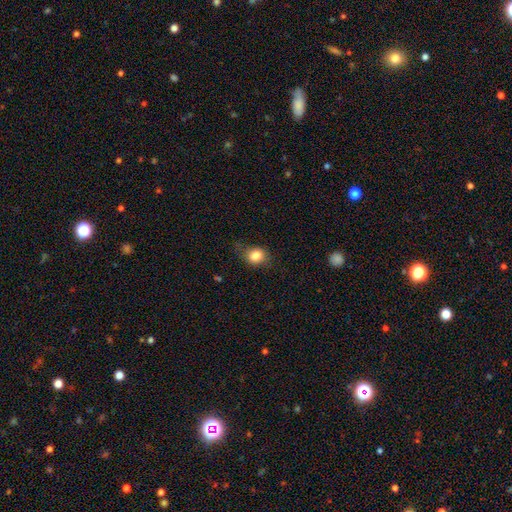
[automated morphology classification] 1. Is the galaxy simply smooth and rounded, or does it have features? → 83% smooth, 10% star or artifact, 7% featured or disk.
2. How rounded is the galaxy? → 57% round, 42% in between, 1% cigar-shaped.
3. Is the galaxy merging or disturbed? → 68% none, 23% minor disturbance, 7% major disturbance, 1% merger.